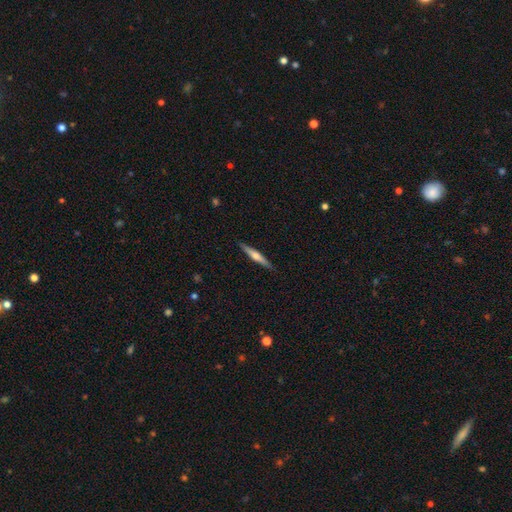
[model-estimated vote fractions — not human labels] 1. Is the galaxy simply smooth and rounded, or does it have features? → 56% featured or disk, 38% smooth, 6% star or artifact.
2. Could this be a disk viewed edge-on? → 96% yes, 4% no.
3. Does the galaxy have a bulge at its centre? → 82% rounded, 12% none, 5% boxy.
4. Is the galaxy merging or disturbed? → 90% none, 7% minor disturbance, 1% major disturbance, 1% merger.